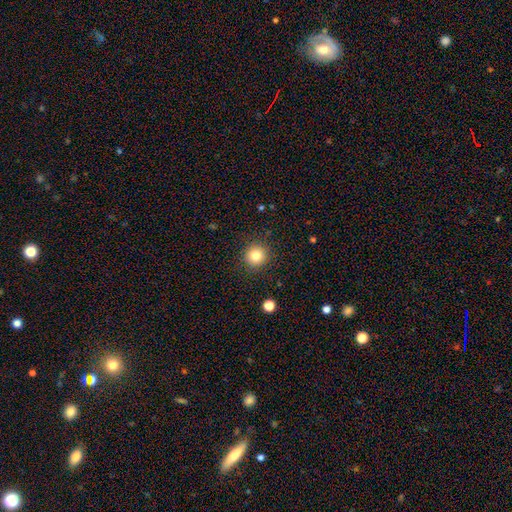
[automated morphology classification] Smooth or featured? Predicted: smooth (p=0.81). How rounded? Predicted: round (p=0.93). Merging? Predicted: none (p=0.90).